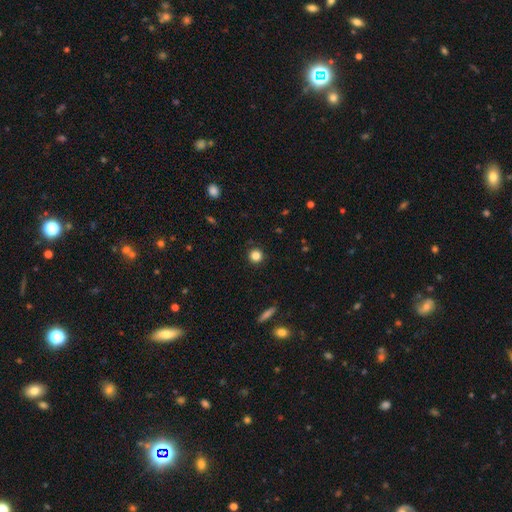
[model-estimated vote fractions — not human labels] The model was most divided on "smooth or featured": smooth: 84%, star or artifact: 12%, featured or disk: 5%. More confident: how rounded — round (94%); merging — none (91%).